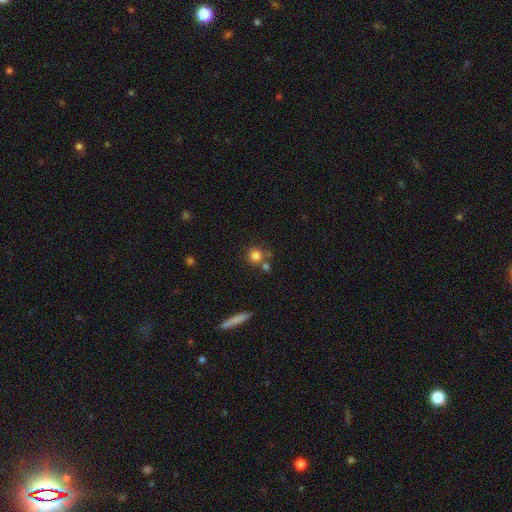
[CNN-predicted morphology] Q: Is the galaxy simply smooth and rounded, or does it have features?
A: smooth — 81%.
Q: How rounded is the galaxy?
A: round — 92%.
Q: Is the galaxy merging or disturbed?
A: none — 67%.